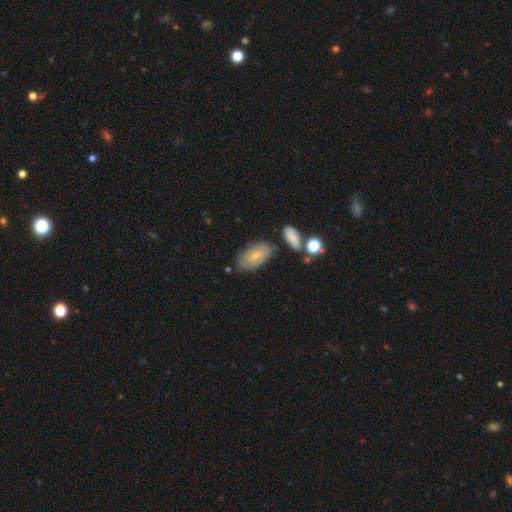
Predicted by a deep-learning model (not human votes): A smooth galaxy with no disk features (59%) that is in between round and cigar-shaped (91%).

Vote fractions:
- Smooth or featured? smooth: 59% / featured or disk: 33% / star or artifact: 8%
- How rounded? in between: 91% / round: 5% / cigar-shaped: 3%
- Merging? none: 64% / minor disturbance: 22% / merger: 7% / major disturbance: 6%